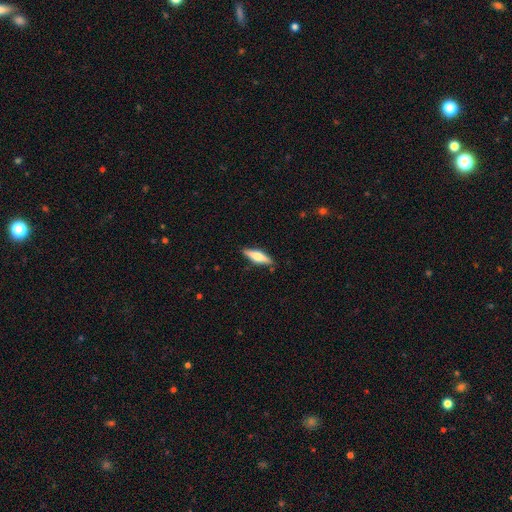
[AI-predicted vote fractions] This is possibly a smooth galaxy (55%). How rounded: likely cigar-shaped (61%). Merging: clearly none (86%).